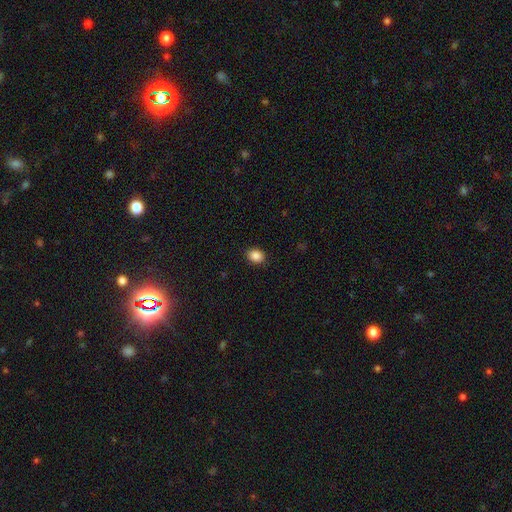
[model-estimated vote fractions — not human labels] smooth 87%, star or artifact 9%, featured or disk 3%. Down the decision tree: how rounded — in between (57%); merging — none (89%).